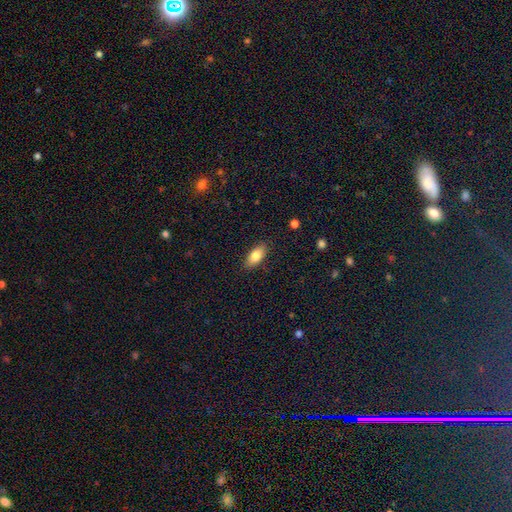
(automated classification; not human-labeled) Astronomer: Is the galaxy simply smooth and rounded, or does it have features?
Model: smooth — 82%.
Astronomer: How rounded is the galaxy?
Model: in between — 86%.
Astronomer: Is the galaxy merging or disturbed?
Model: none — 87%.